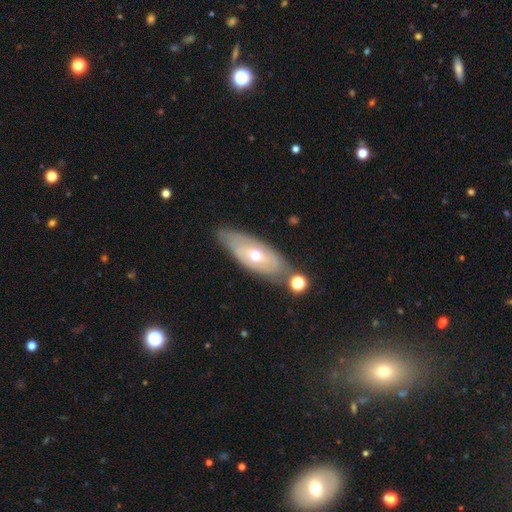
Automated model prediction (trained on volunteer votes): A featured or disk galaxy (56%). Merging: none (69%).